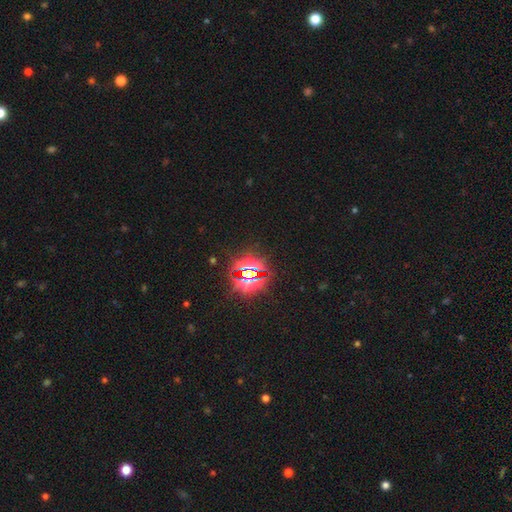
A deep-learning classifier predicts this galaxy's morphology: Q: Smooth or featured?
A: star or artifact (85%); runner-up: smooth (9%)